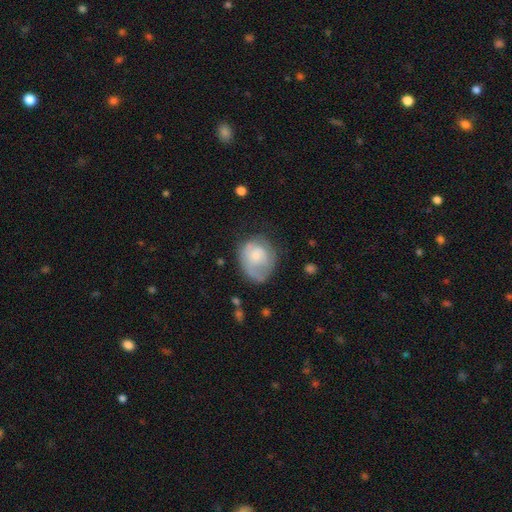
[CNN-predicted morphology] Smooth or featured? Predicted: smooth (p=0.59). How rounded? Predicted: round (p=0.59). Merging? Predicted: none (p=0.43).